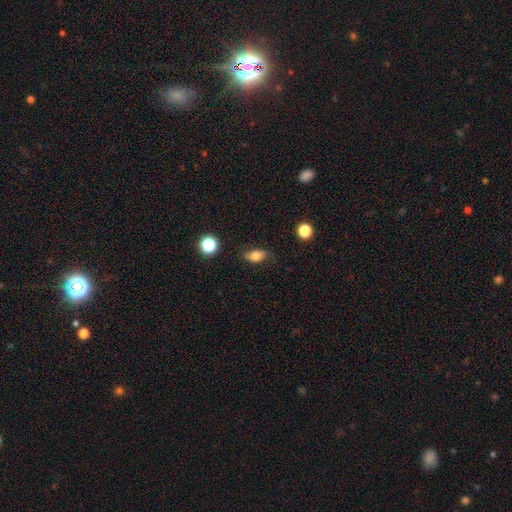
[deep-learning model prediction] smooth_or_featured: smooth (p=0.73) [alt: featured or disk p=0.17]
how_rounded: in between (p=0.81) [alt: round p=0.14]
merging: none (p=0.74) [alt: minor disturbance p=0.20]